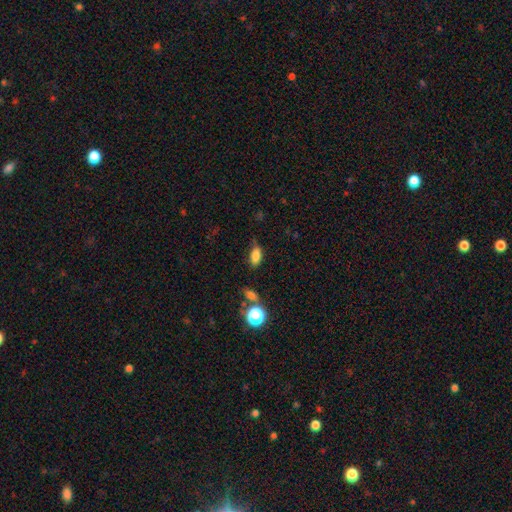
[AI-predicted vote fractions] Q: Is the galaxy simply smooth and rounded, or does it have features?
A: smooth — 82%.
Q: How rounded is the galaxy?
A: in between — 85%.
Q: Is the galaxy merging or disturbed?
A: none — 62%.